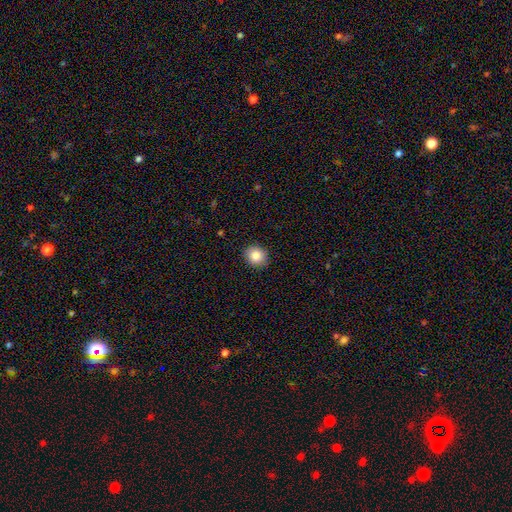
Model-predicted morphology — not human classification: Smooth or featured: smooth — 85% (star or artifact — 9%)
How rounded: round — 73% (in between — 26%)
Merging: none — 90% (minor disturbance — 7%)